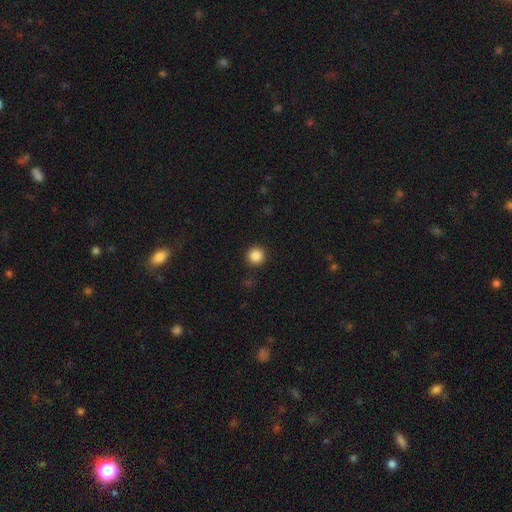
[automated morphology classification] This appears to be a smooth galaxy with no disk features (86%) that is round (95%). Merging: none (92%).